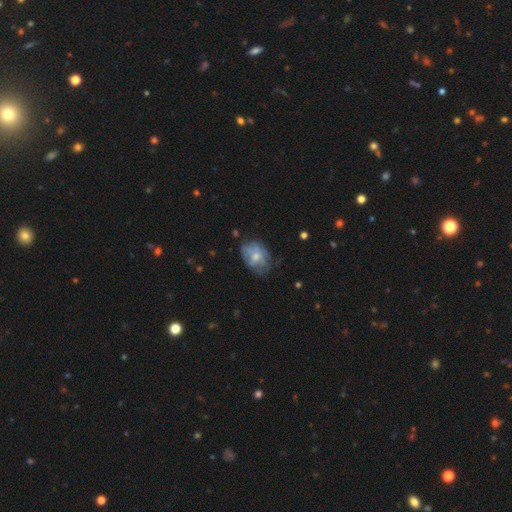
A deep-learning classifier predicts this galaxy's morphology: Q: Smooth or featured?
A: featured or disk (49%); runner-up: smooth (42%)
Q: Merging?
A: none (52%); runner-up: minor disturbance (29%)